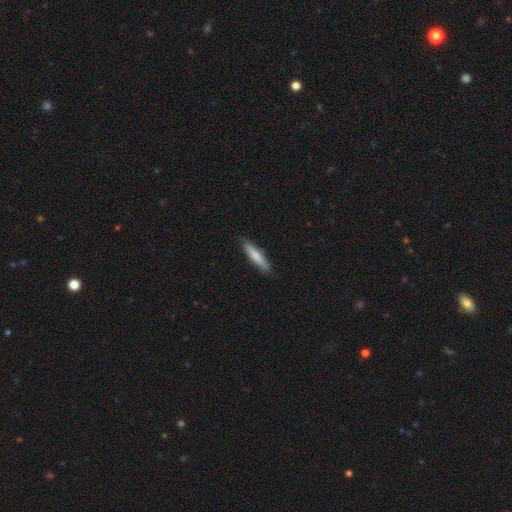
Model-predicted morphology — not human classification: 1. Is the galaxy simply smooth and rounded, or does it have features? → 76% smooth, 18% featured or disk, 5% star or artifact.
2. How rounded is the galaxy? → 84% cigar-shaped, 14% in between, 1% round.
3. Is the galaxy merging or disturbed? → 87% none, 10% minor disturbance, 2% major disturbance, 1% merger.